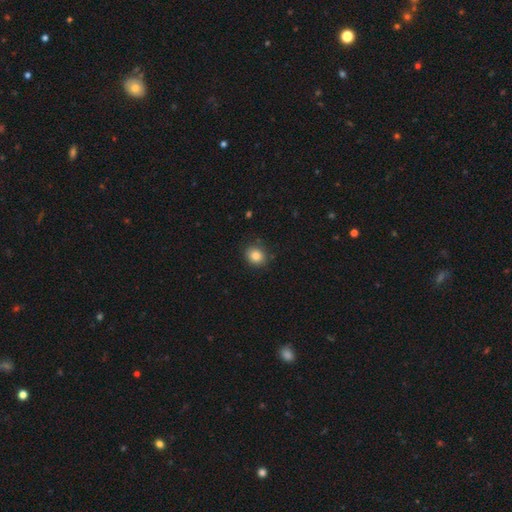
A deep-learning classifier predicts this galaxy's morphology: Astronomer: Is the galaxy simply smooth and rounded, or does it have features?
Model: smooth — 84%.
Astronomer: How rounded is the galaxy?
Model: round — 70%.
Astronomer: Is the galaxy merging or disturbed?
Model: none — 85%.